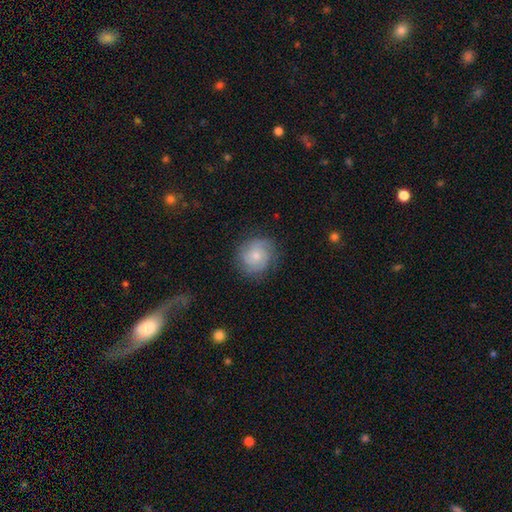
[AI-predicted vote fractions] Q: Smooth or featured?
A: featured or disk (52%); runner-up: smooth (40%)
Q: Edge-on disk?
A: no (98%); runner-up: yes (2%)
Q: Bar?
A: no (78%); runner-up: weak (19%)
Q: Spiral arms?
A: yes (87%); runner-up: no (13%)
Q: Bulge size?
A: small (48%); runner-up: moderate (45%)
Q: Merging?
A: none (80%); runner-up: minor disturbance (14%)